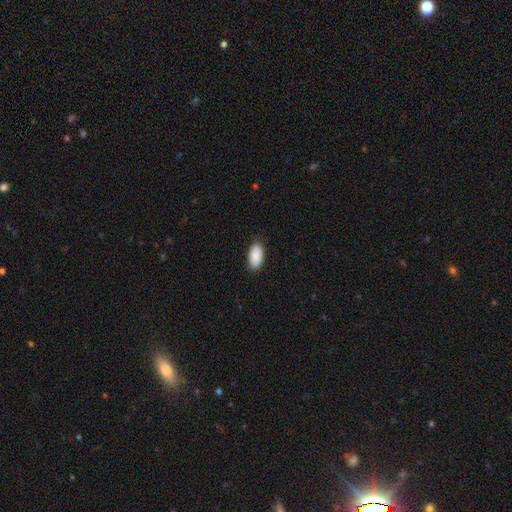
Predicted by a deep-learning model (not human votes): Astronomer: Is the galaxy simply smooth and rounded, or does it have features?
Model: smooth — 90%.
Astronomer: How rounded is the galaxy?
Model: in between — 95%.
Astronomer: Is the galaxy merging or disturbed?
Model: none — 84%.